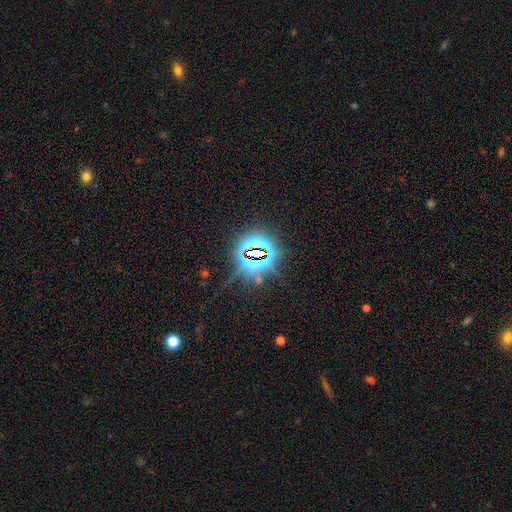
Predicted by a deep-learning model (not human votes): smooth-or-featured: star or artifact: 81% | smooth: 11% | featured or disk: 8%